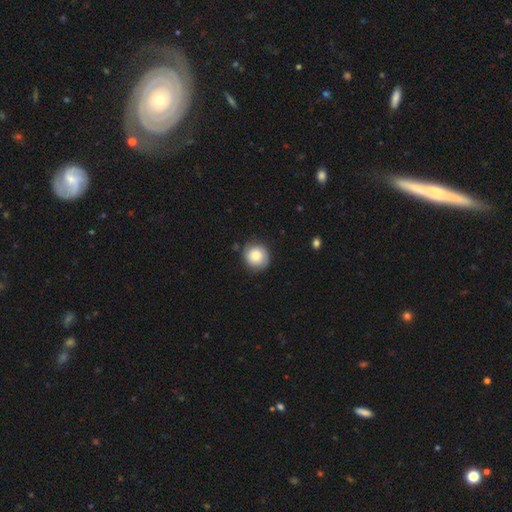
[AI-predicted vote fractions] Smooth or featured? Predicted: smooth (p=0.79). How rounded? Predicted: round (p=0.92). Merging? Predicted: none (p=0.81).